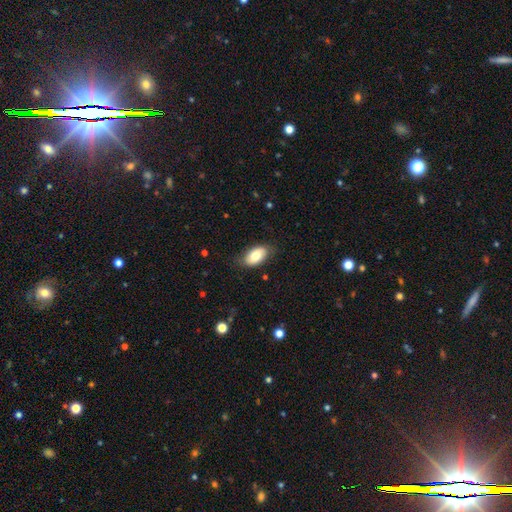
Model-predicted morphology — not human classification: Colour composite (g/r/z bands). It shows a smooth galaxy with no disk features (77%) that is in between round and cigar-shaped (94%). Merging: none (77%).